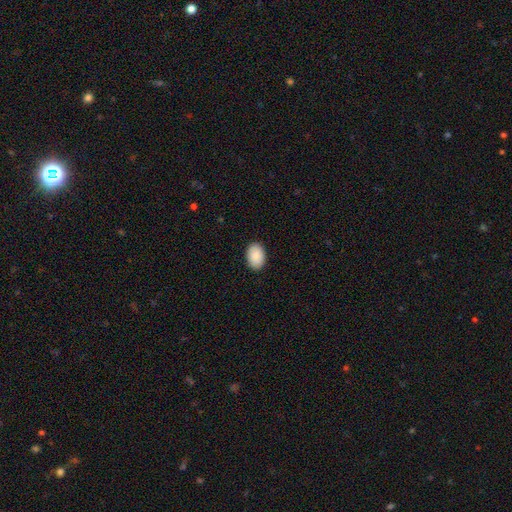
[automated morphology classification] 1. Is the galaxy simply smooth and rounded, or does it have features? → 90% smooth, 6% star or artifact, 3% featured or disk.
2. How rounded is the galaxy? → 88% in between, 11% round, 1% cigar-shaped.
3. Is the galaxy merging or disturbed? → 90% none, 7% minor disturbance, 2% major disturbance, 1% merger.